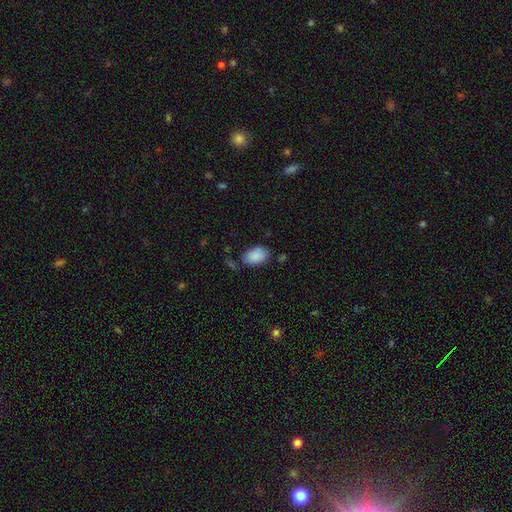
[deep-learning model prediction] smooth-or-featured: smooth: 88% | star or artifact: 7% | featured or disk: 6%
  how-rounded: in between: 92% | round: 6% | cigar-shaped: 1%
  merging: none: 71% | minor disturbance: 19% | merger: 5% | major disturbance: 4%